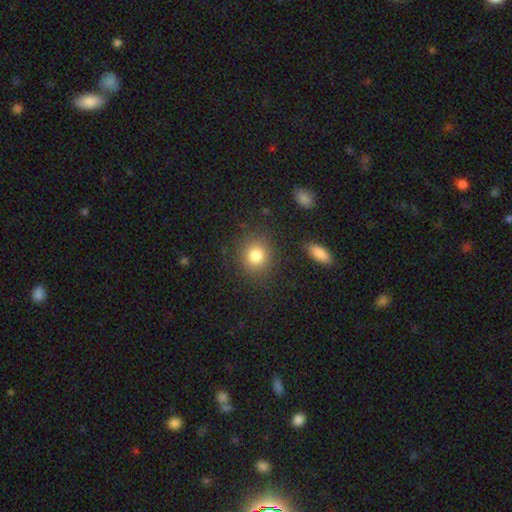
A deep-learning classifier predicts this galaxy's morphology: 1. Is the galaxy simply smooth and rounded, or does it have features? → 82% smooth, 11% star or artifact, 7% featured or disk.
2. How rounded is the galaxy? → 84% round, 15% in between, 1% cigar-shaped.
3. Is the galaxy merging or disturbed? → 85% none, 9% minor disturbance, 4% major disturbance, 2% merger.